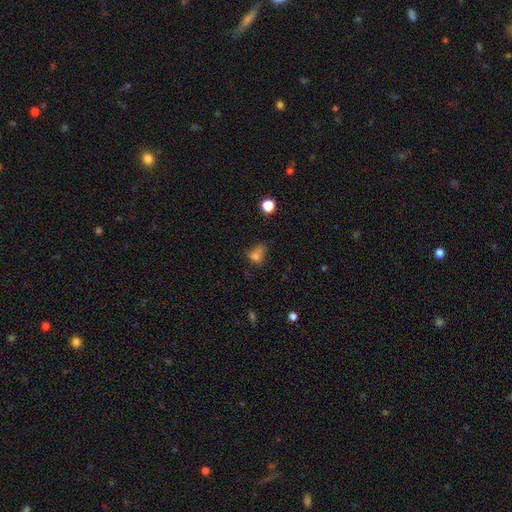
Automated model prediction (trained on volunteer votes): A smooth galaxy with no disk features (71%) that is in between round and cigar-shaped (53%). Merging: none (34%).